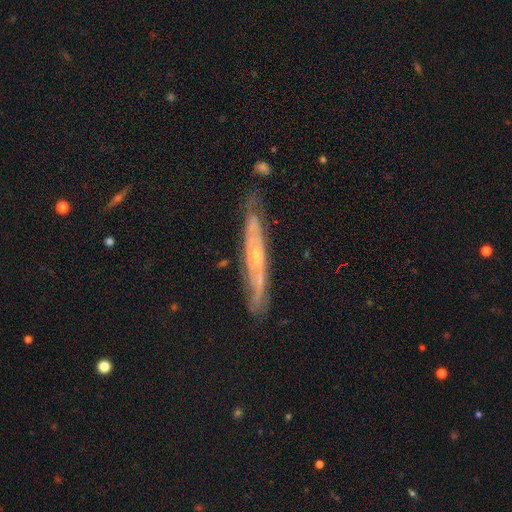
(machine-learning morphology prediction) smooth-or-featured: featured or disk: 77% | smooth: 16% | star or artifact: 6%
  disk-edge-on: yes: 56% | no: 44%
  merging: none: 71% | minor disturbance: 22% | major disturbance: 5% | merger: 2%